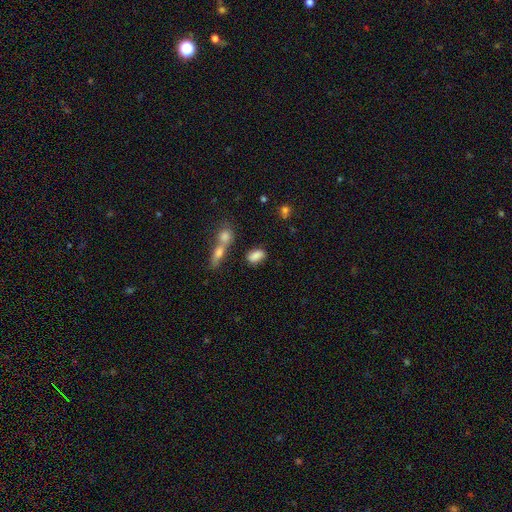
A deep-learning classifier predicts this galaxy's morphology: A smooth galaxy with no disk features (84%) that is in between round and cigar-shaped (87%).

Vote fractions:
- Smooth or featured? smooth: 84% / star or artifact: 8% / featured or disk: 8%
- How rounded? in between: 87% / round: 7% / cigar-shaped: 6%
- Merging? none: 68% / minor disturbance: 14% / merger: 14% / major disturbance: 5%